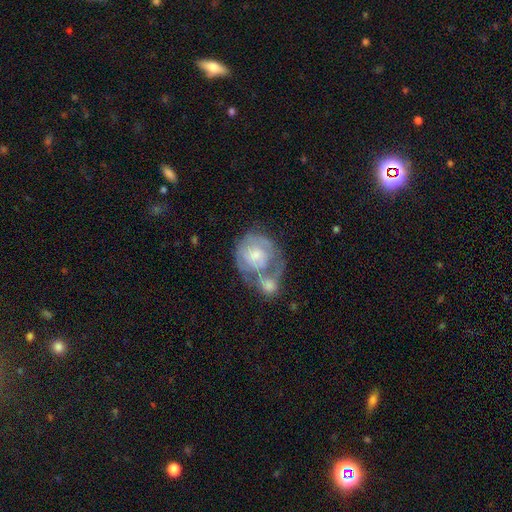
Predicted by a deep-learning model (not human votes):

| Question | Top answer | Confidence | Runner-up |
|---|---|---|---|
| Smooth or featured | featured or disk | 55% | smooth (39%) |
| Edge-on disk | no | 97% | yes (3%) |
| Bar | no | 78% | weak (19%) |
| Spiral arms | yes | 52% | no (48%) |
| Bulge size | moderate | 47% | small (34%) |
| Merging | merger | 53% | none (18%) |